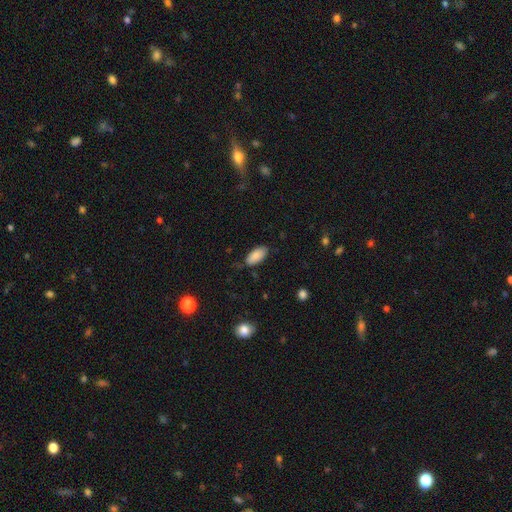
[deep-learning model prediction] smooth_or_featured: smooth (p=0.86) [alt: featured or disk p=0.08]
how_rounded: in between (p=0.93) [alt: cigar-shaped p=0.05]
merging: none (p=0.77) [alt: minor disturbance p=0.18]